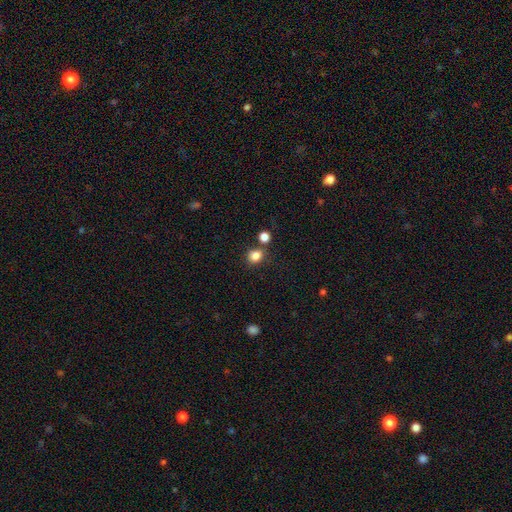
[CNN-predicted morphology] Smooth or featured?
  - smooth: 83% *
  - star or artifact: 12%
  - featured or disk: 5%
How rounded?
  - round: 76% *
  - in between: 23%
  - cigar-shaped: 1%
Merging?
  - none: 70% *
  - merger: 15%
  - minor disturbance: 11%
  - major disturbance: 4%